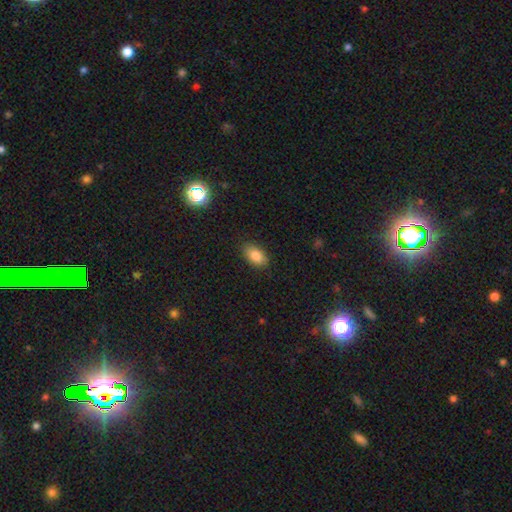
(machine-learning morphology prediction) smooth-or-featured: smooth: 84% | star or artifact: 9% | featured or disk: 7%
  how-rounded: in between: 90% | round: 8% | cigar-shaped: 2%
  merging: none: 85% | minor disturbance: 11% | major disturbance: 2% | merger: 1%